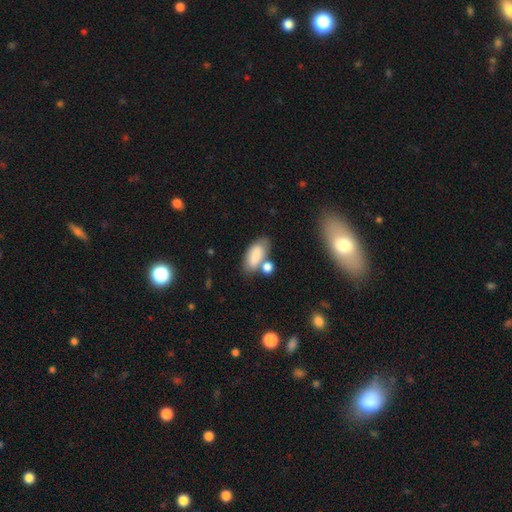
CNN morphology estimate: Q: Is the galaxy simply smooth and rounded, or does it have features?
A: smooth — 82%.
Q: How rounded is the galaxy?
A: in between — 89%.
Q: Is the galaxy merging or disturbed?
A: none — 51%.